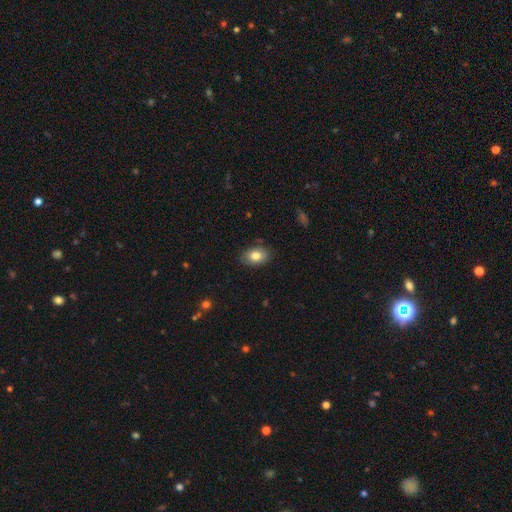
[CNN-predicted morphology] Smooth or featured?
  - smooth: 82% *
  - featured or disk: 10%
  - star or artifact: 8%
How rounded?
  - in between: 82% *
  - round: 17%
  - cigar-shaped: 1%
Merging?
  - none: 84% *
  - minor disturbance: 12%
  - major disturbance: 2%
  - merger: 1%